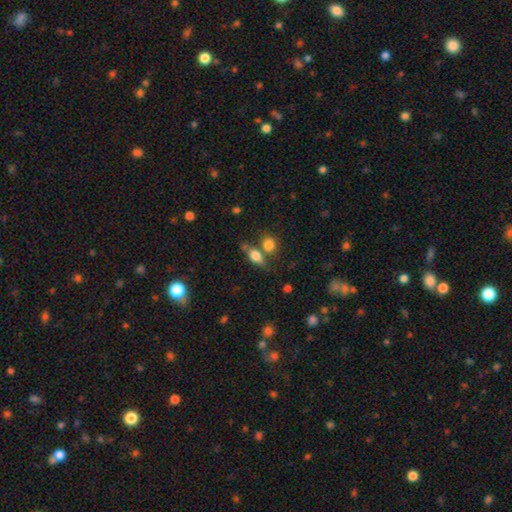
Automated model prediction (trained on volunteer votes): Q: Smooth or featured?
A: smooth (75%); runner-up: featured or disk (15%)
Q: How rounded?
A: in between (74%); runner-up: round (15%)
Q: Merging?
A: none (54%); runner-up: merger (26%)